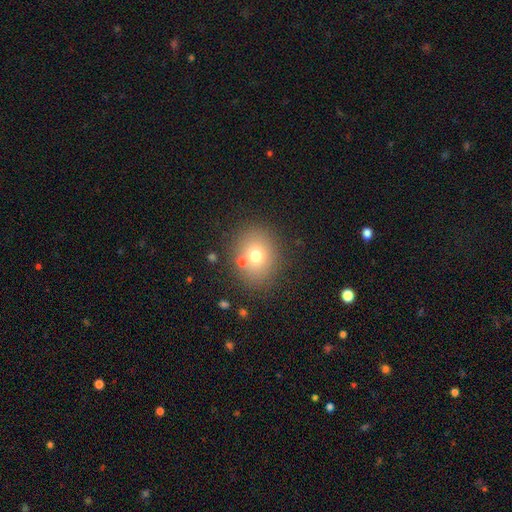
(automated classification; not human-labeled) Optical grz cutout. It shows a smooth galaxy with no disk features (71%) that is round (61%). Merging: none (78%).